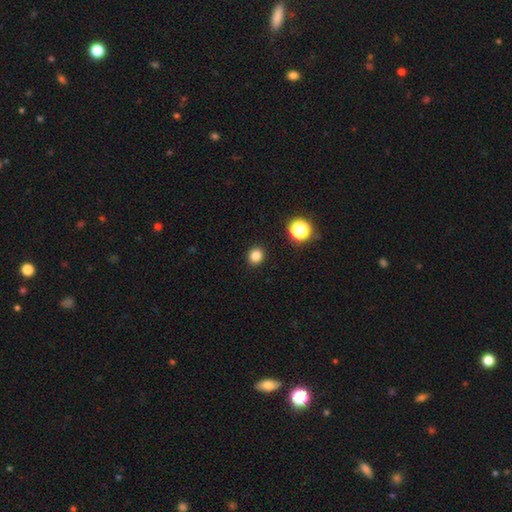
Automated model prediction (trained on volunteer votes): Overall: smooth (82%). How rounded: round (81%). Merging: none (92%).